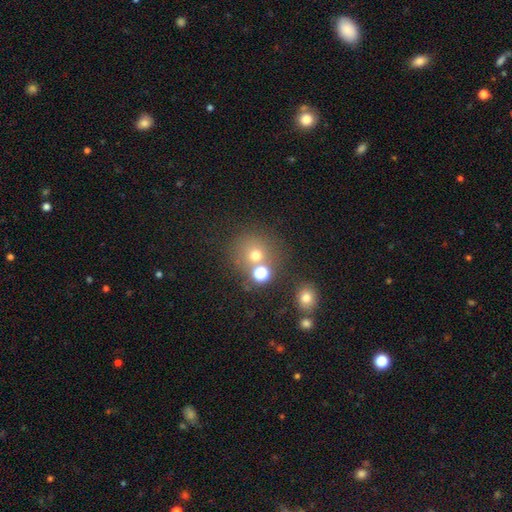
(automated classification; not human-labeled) Smooth or featured?
  - smooth: 66% *
  - star or artifact: 22%
  - featured or disk: 12%
How rounded?
  - round: 90% *
  - in between: 9%
  - cigar-shaped: 1%
Merging?
  - none: 64% *
  - merger: 23%
  - minor disturbance: 9%
  - major disturbance: 5%